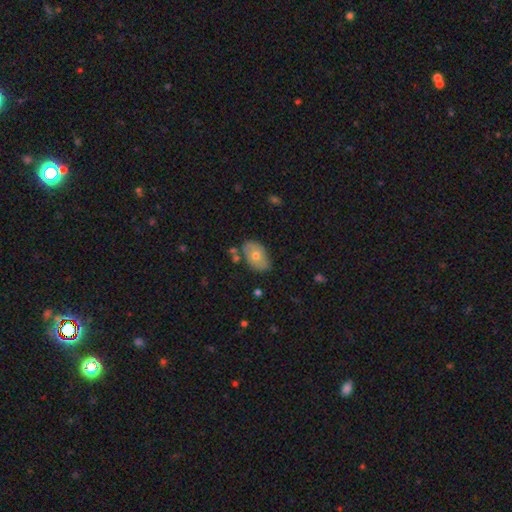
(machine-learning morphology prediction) Q: Smooth or featured?
A: smooth (64%); runner-up: featured or disk (29%)
Q: How rounded?
A: in between (89%); runner-up: round (10%)
Q: Merging?
A: none (74%); runner-up: minor disturbance (17%)